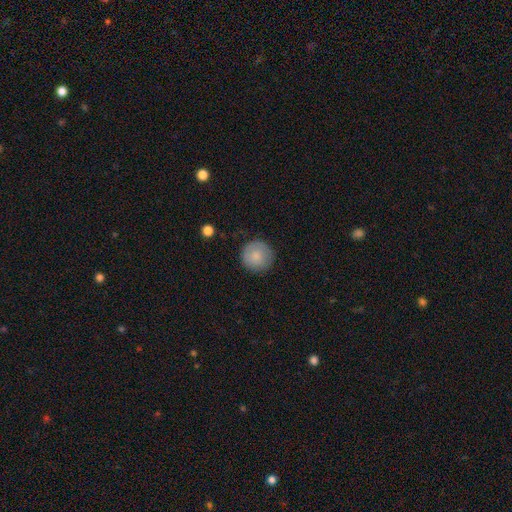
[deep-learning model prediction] A smooth galaxy with no disk features (83%) that is round (96%).

Vote fractions:
- Smooth or featured? smooth: 83% / featured or disk: 10% / star or artifact: 7%
- How rounded? round: 96% / in between: 3% / cigar-shaped: 1%
- Merging? none: 87% / minor disturbance: 10% / major disturbance: 2% / merger: 1%